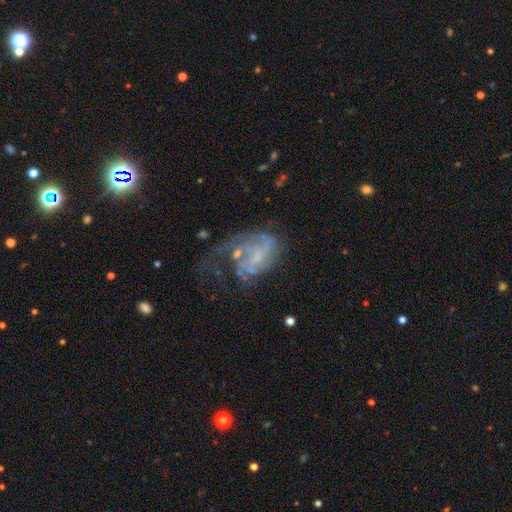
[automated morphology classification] Overall: featured or disk (73%). Edge-on disk: no (98%). Bar: no (60%; weak 32%). Spiral arms: yes (73%). Spiral arm count: 1 (30%; can't tell 28%). Spiral winding: loose (43%; medium 35%). Bulge size: none (47%; small 35%). Merging: major disturbance (50%; none 25%).